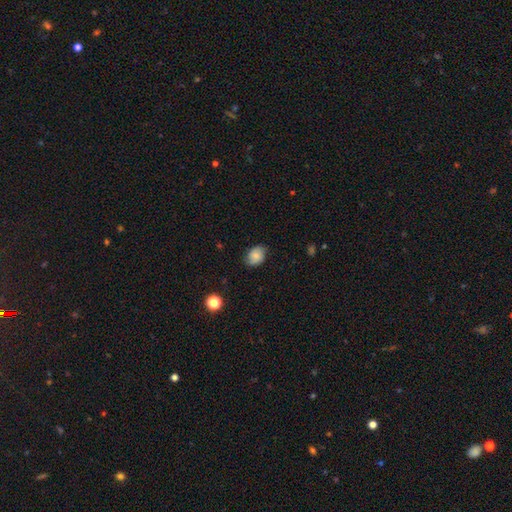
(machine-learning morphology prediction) Smooth or featured?
  - smooth: 75% *
  - featured or disk: 16%
  - star or artifact: 9%
How rounded?
  - in between: 63% *
  - round: 36%
  - cigar-shaped: 1%
Merging?
  - none: 75% *
  - minor disturbance: 20%
  - major disturbance: 4%
  - merger: 1%